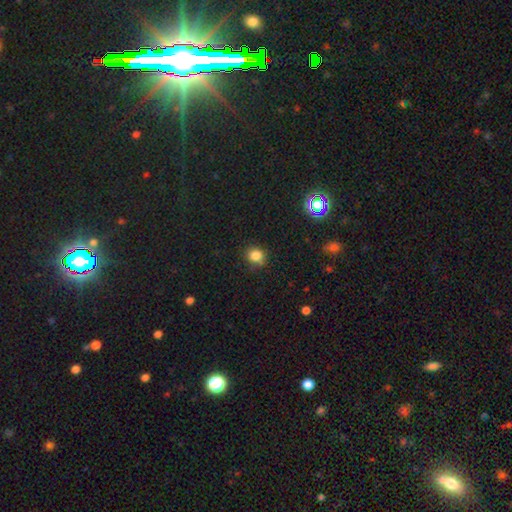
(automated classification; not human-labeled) Smooth or featured?
  - smooth: 82% *
  - star or artifact: 14%
  - featured or disk: 5%
How rounded?
  - round: 78% *
  - in between: 21%
  - cigar-shaped: 1%
Merging?
  - none: 78% *
  - minor disturbance: 15%
  - major disturbance: 3%
  - merger: 3%